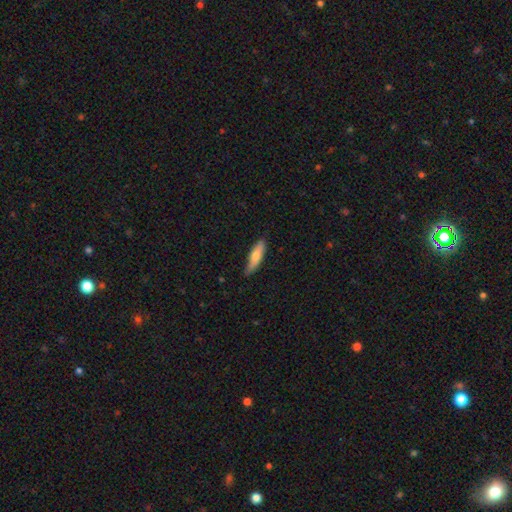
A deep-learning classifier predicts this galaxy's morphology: This is likely a smooth galaxy (71%). How rounded: likely cigar-shaped (69%). Merging: likely none (79%).